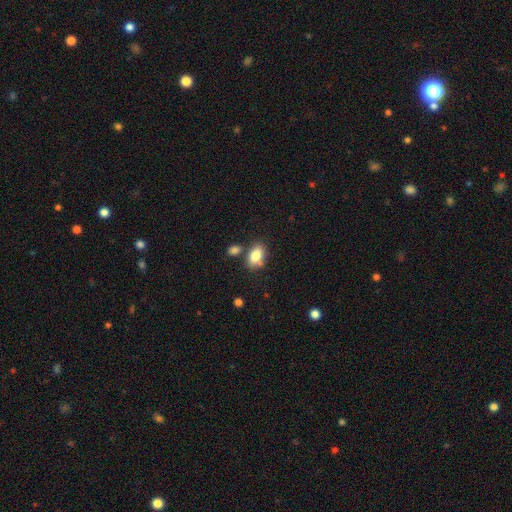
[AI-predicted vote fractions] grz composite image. It shows a smooth galaxy with no disk features (83%) that is in between round and cigar-shaped (89%). Merging: none (66%).